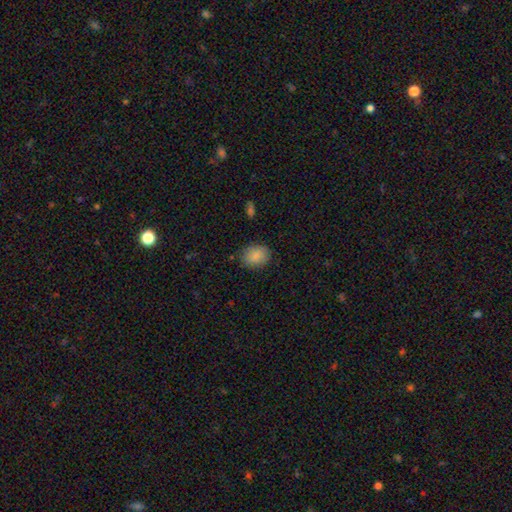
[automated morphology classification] Q: Smooth or featured?
A: smooth (87%); runner-up: star or artifact (8%)
Q: How rounded?
A: in between (58%); runner-up: round (41%)
Q: Merging?
A: none (83%); runner-up: minor disturbance (12%)